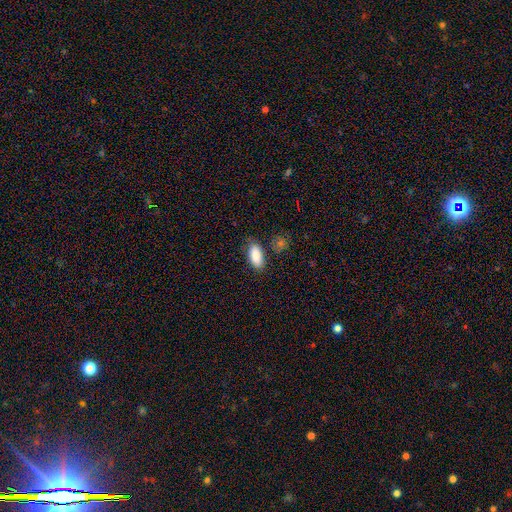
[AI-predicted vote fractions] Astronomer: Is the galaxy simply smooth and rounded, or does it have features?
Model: smooth — 88%.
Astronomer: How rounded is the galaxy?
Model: in between — 89%.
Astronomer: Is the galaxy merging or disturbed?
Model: none — 75%.